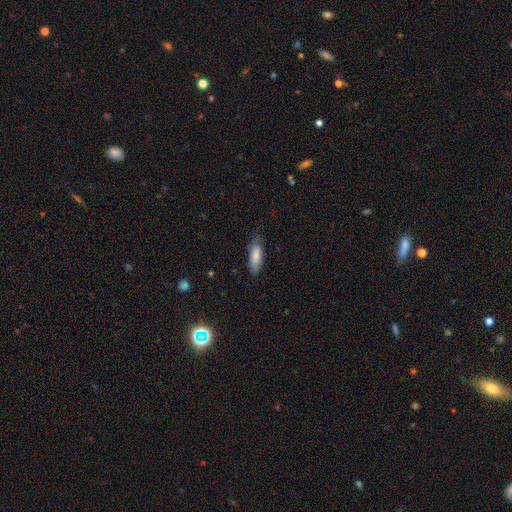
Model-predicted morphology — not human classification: Smooth or featured? Predicted: smooth (p=0.80). How rounded? Predicted: in between (p=0.62). Merging? Predicted: none (p=0.67).